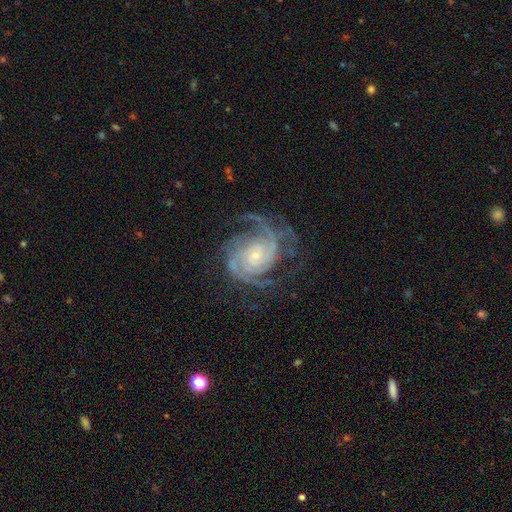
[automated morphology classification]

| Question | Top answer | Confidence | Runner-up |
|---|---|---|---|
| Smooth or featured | featured or disk | 91% | star or artifact (5%) |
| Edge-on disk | no | 98% | yes (2%) |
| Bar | no | 66% | weak (26%) |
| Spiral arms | yes | 98% | no (2%) |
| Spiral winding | tight | 58% | medium (35%) |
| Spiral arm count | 2 | 33% | 3 (26%) |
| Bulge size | small | 70% | moderate (22%) |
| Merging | none | 68% | minor disturbance (17%) |